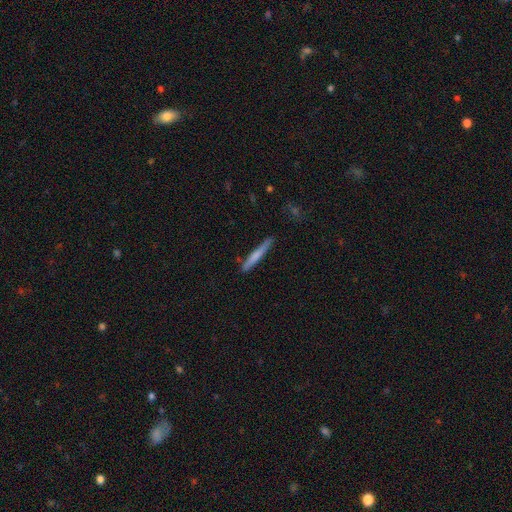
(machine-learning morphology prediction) Smooth or featured? smooth (62%)
How rounded? cigar-shaped (96%)
Merging? none (85%)